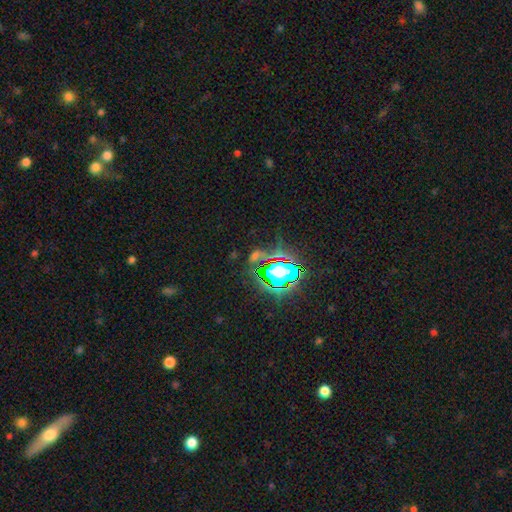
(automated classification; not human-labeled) Overall: star or artifact (60%; smooth 24%).